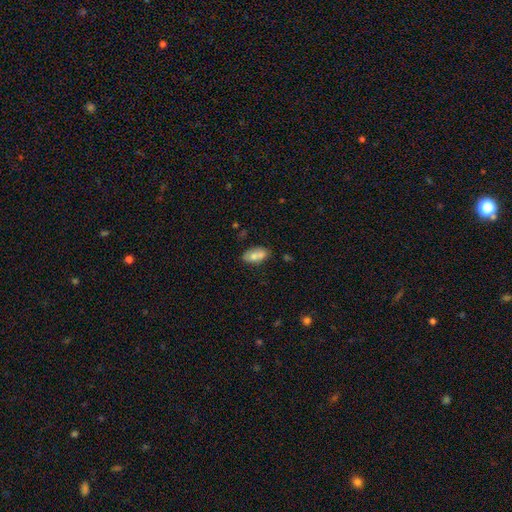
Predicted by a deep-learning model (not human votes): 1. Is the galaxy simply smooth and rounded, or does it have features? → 69% smooth, 23% featured or disk, 8% star or artifact.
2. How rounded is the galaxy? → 89% in between, 6% cigar-shaped, 5% round.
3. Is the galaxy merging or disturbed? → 57% none, 20% merger, 18% minor disturbance, 5% major disturbance.